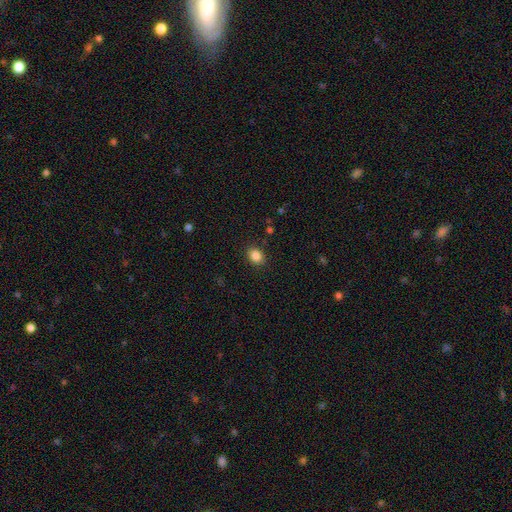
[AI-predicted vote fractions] Q: Smooth or featured?
A: smooth (86%); runner-up: star or artifact (10%)
Q: How rounded?
A: round (51%); runner-up: in between (48%)
Q: Merging?
A: none (89%); runner-up: minor disturbance (8%)